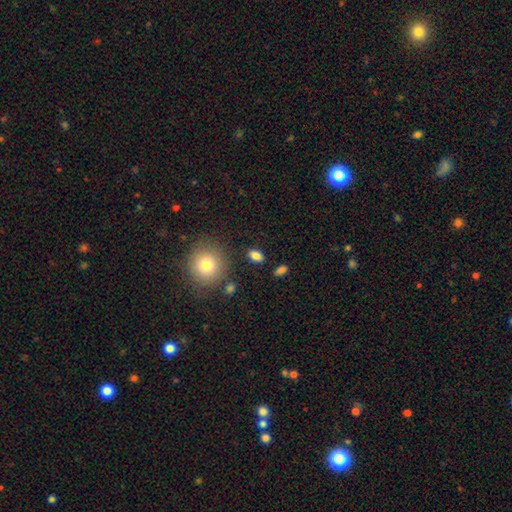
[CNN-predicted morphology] smooth-or-featured: smooth: 83% | star or artifact: 10% | featured or disk: 7%
  how-rounded: in between: 81% | round: 16% | cigar-shaped: 3%
  merging: none: 86% | minor disturbance: 9% | merger: 3% | major disturbance: 3%